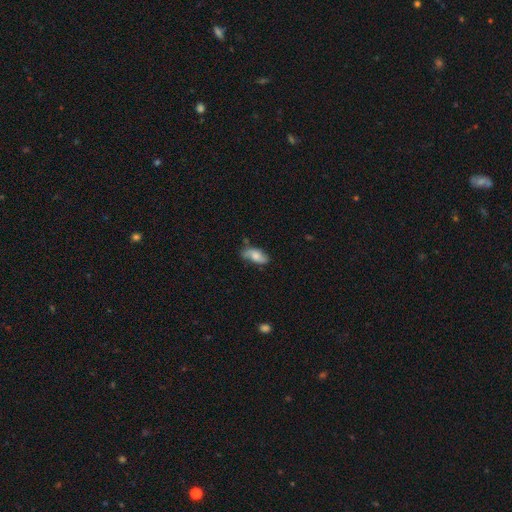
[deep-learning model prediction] Smooth or featured? smooth (57%)
How rounded? in between (88%)
Merging? none (63%)